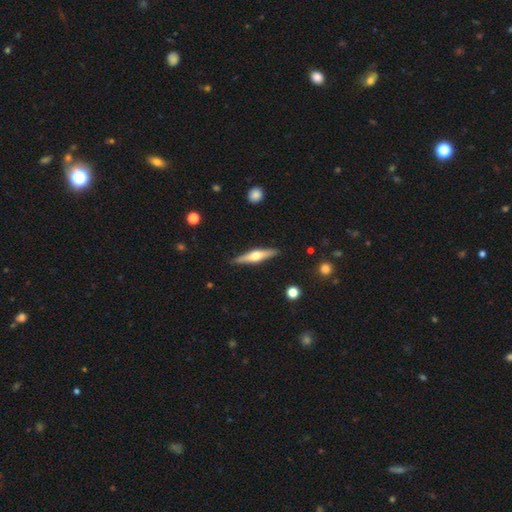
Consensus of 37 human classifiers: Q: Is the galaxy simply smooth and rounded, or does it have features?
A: featured or disk — 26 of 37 (70%).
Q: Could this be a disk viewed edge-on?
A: yes — 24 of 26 (92%).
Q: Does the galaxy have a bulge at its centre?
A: rounded — 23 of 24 (96%).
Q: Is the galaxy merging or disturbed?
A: none — 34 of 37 (92%).